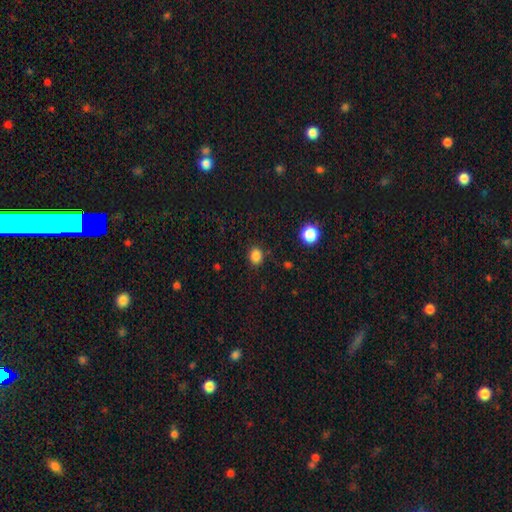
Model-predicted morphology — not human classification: Smooth or featured?
  - smooth: 84% *
  - star or artifact: 13%
  - featured or disk: 4%
How rounded?
  - round: 56% *
  - in between: 43%
  - cigar-shaped: 1%
Merging?
  - none: 85% *
  - minor disturbance: 10%
  - major disturbance: 3%
  - merger: 2%